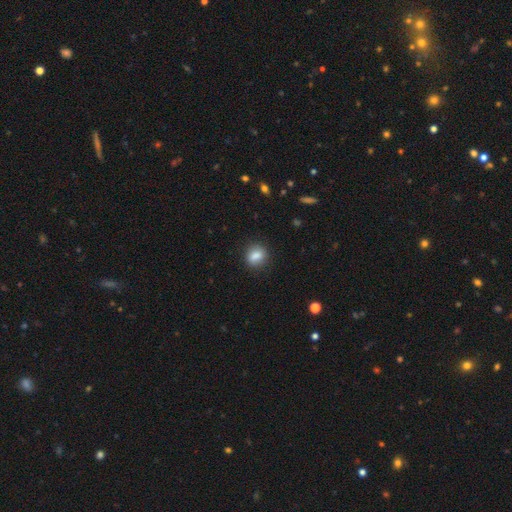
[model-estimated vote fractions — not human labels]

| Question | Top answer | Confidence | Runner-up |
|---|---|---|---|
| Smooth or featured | smooth | 84% | star or artifact (9%) |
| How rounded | round | 51% | in between (46%) |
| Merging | none | 84% | minor disturbance (12%) |